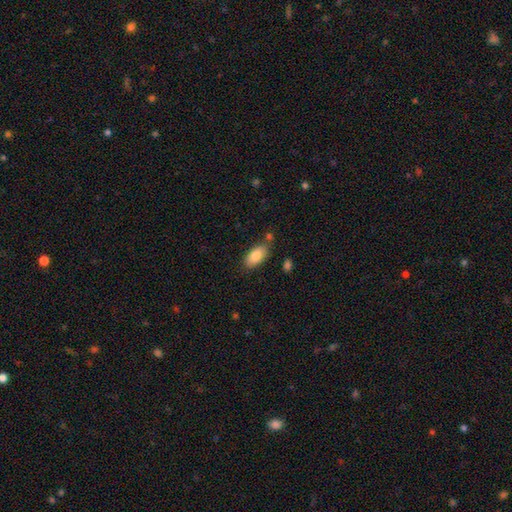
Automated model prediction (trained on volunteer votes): This appears to be a smooth galaxy with no disk features (85%) that is in between round and cigar-shaped (92%). Merging: none (78%).